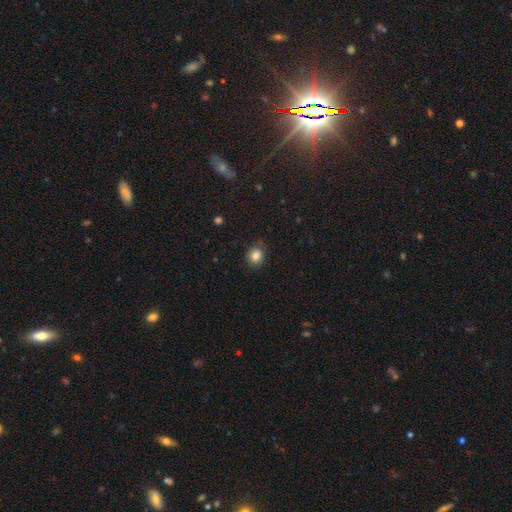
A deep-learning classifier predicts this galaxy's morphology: Smooth or featured?
  - smooth: 84% *
  - star or artifact: 10%
  - featured or disk: 6%
How rounded?
  - round: 75% *
  - in between: 24%
  - cigar-shaped: 1%
Merging?
  - none: 84% *
  - minor disturbance: 12%
  - major disturbance: 3%
  - merger: 2%